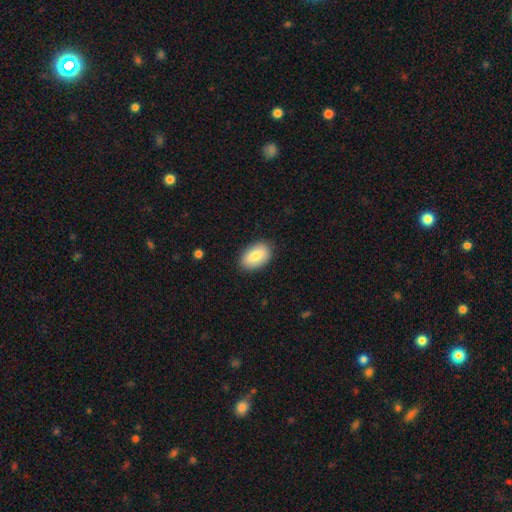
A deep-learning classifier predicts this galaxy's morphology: Smooth or featured?
  - smooth: 81% *
  - featured or disk: 13%
  - star or artifact: 6%
How rounded?
  - in between: 92% *
  - round: 6%
  - cigar-shaped: 2%
Merging?
  - none: 86% *
  - minor disturbance: 10%
  - major disturbance: 2%
  - merger: 1%